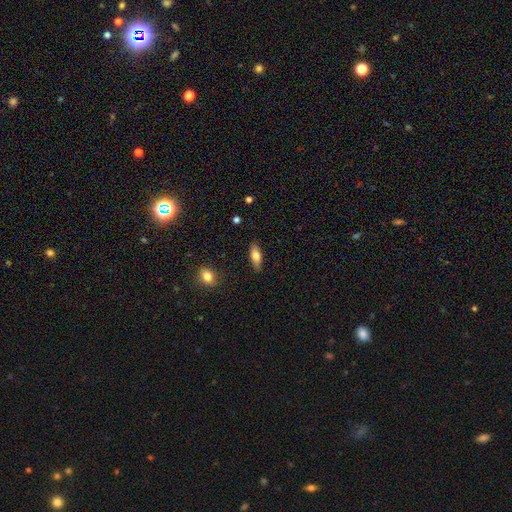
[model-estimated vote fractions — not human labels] The model was most divided on "how rounded": in between: 72%, cigar-shaped: 25%, round: 3%. More confident: merging — none (86%); smooth or featured — smooth (73%).